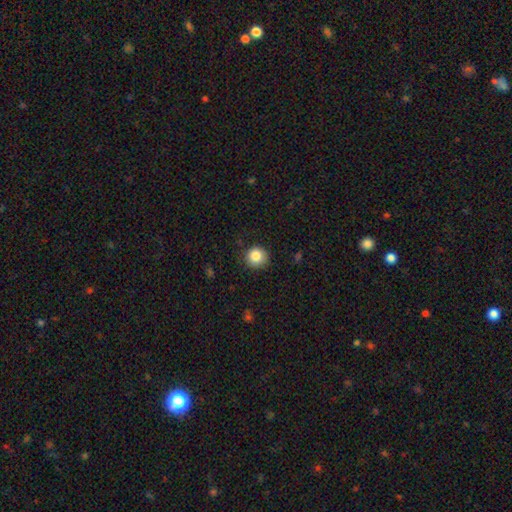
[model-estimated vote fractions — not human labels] Smooth or featured?
  - smooth: 86% *
  - star or artifact: 10%
  - featured or disk: 5%
How rounded?
  - round: 91% *
  - in between: 9%
  - cigar-shaped: 1%
Merging?
  - none: 86% *
  - minor disturbance: 10%
  - major disturbance: 2%
  - merger: 1%